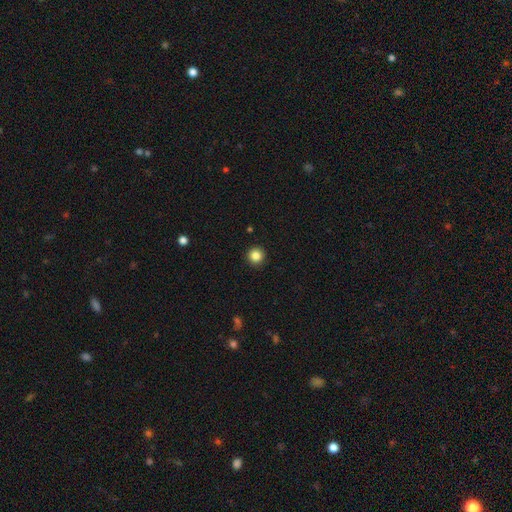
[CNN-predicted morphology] This is clearly a smooth galaxy (86%). How rounded: clearly round (96%). Merging: clearly none (93%).